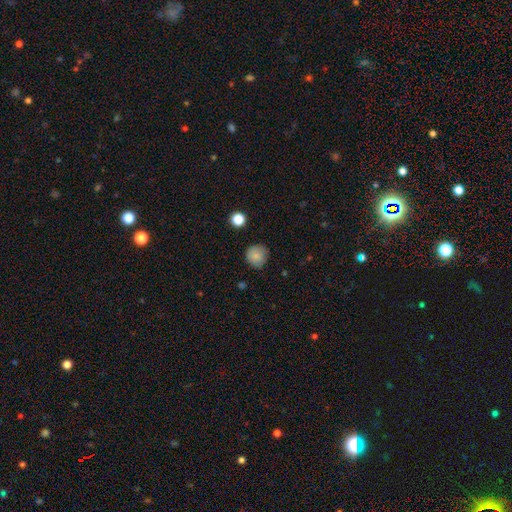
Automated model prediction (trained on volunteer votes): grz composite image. It shows a smooth galaxy with no disk features (84%) that is round (92%). Merging: none (81%).